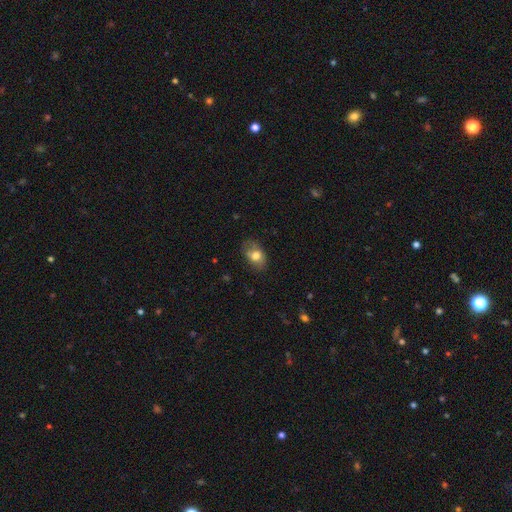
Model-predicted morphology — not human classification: Smooth or featured? smooth (72%)
How rounded? in between (83%)
Merging? none (65%)